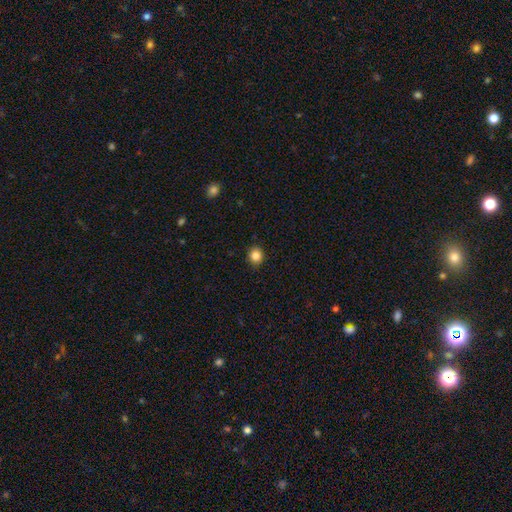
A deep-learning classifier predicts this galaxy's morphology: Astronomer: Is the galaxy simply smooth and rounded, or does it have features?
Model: smooth — 85%.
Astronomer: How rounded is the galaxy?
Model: round — 81%.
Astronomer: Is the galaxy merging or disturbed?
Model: none — 90%.